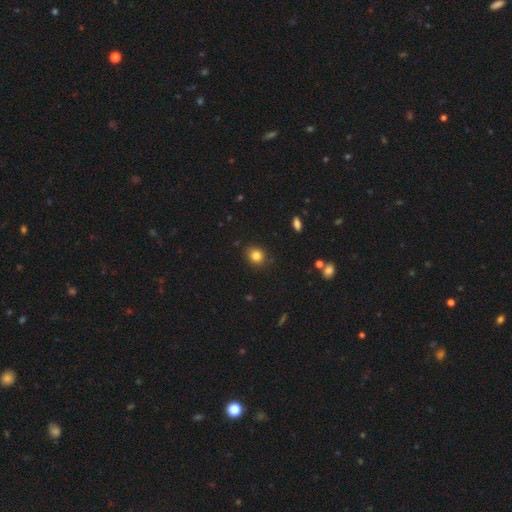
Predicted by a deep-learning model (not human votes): Smooth or featured? smooth (83%)
How rounded? round (68%)
Merging? none (86%)